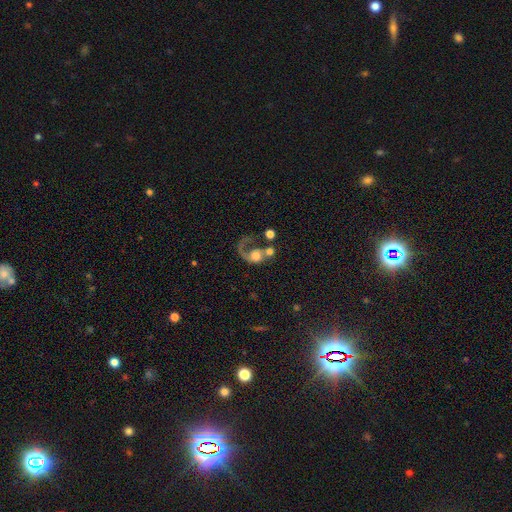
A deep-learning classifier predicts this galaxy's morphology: smooth-or-featured: featured or disk: 52% | smooth: 37% | star or artifact: 10%
  disk-edge-on: no: 97% | yes: 3%
    bar: no: 80% | weak: 16% | strong: 4%
    has-spiral-arms: yes: 70% | no: 30%
    bulge-size: moderate: 38% | large: 31% | small: 13% | none: 10% | dominant: 8%
  merging: merger: 38% | major disturbance: 34% | none: 19% | minor disturbance: 9%